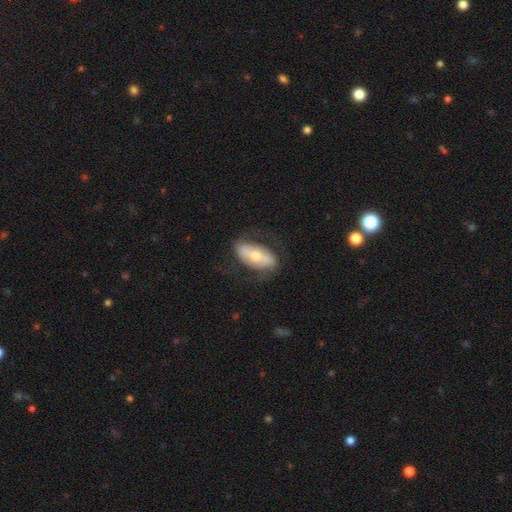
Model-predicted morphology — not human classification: Q: Smooth or featured?
A: featured or disk (53%); runner-up: smooth (41%)
Q: Edge-on disk?
A: no (85%); runner-up: yes (15%)
Q: Merging?
A: none (70%); runner-up: minor disturbance (17%)